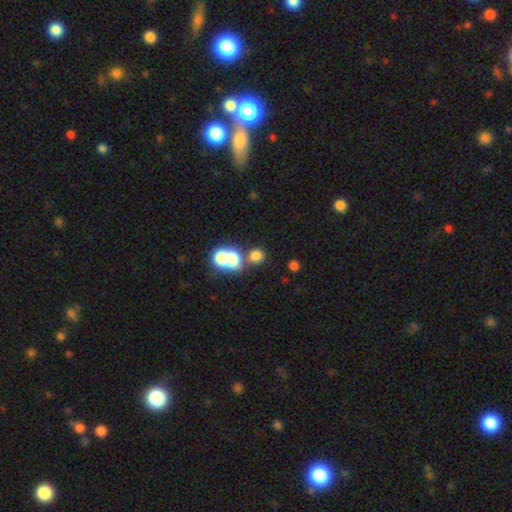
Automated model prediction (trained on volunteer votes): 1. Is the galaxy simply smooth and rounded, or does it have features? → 72% smooth, 15% star or artifact, 13% featured or disk.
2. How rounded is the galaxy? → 75% round, 24% in between, 1% cigar-shaped.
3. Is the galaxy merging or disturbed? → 46% merger, 43% none, 7% minor disturbance, 4% major disturbance.